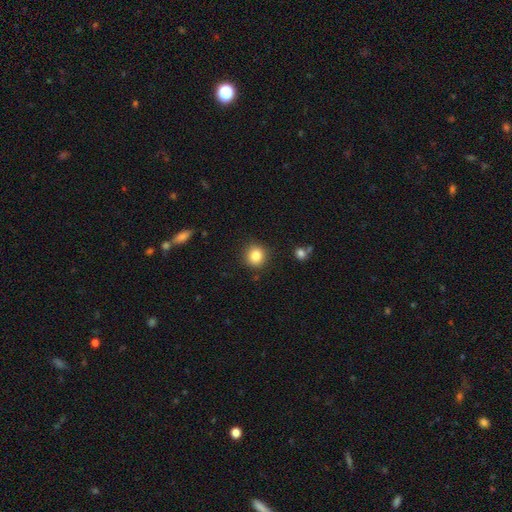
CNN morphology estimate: Smooth or featured: smooth — 84% (star or artifact — 10%)
How rounded: round — 88% (in between — 12%)
Merging: none — 89% (minor disturbance — 8%)